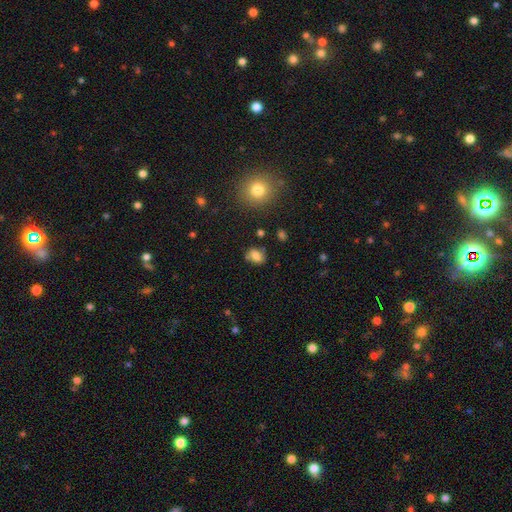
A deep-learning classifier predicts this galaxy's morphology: This appears to be a smooth galaxy with no disk features (76%) that is in between round and cigar-shaped (66%). Merging: none (68%).